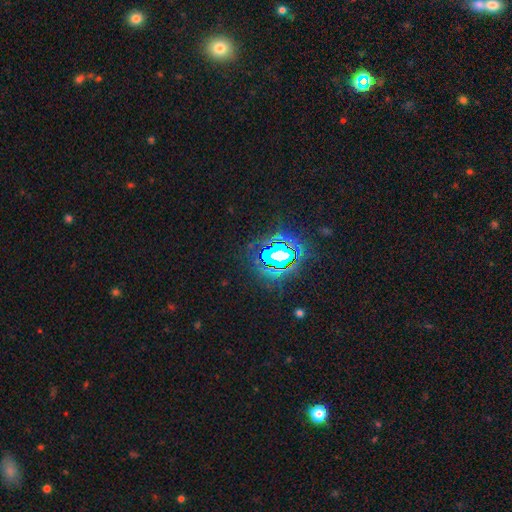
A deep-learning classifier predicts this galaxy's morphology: Smooth or featured? star or artifact (82%)